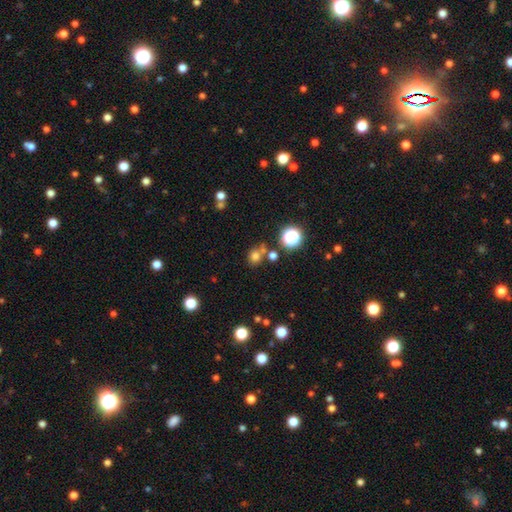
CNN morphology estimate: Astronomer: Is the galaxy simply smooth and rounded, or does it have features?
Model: smooth — 71%.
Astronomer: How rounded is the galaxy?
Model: round — 80%.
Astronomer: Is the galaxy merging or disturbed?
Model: none — 64%.